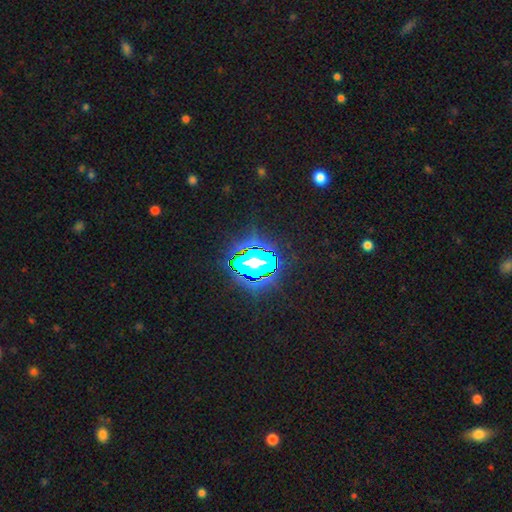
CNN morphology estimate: A star or artifact, not a galaxy (81%).

Vote fractions:
- Smooth or featured? star or artifact: 81% / smooth: 12% / featured or disk: 7%